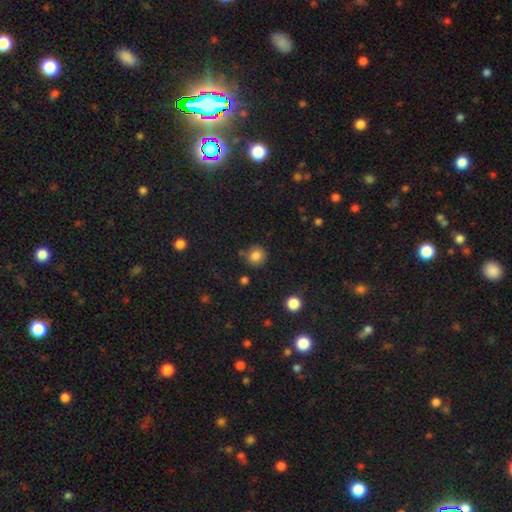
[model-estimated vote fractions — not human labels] smooth-or-featured: smooth: 83% | star or artifact: 11% | featured or disk: 6%
  how-rounded: round: 88% | in between: 11% | cigar-shaped: 1%
  merging: none: 81% | minor disturbance: 12% | merger: 4% | major disturbance: 3%